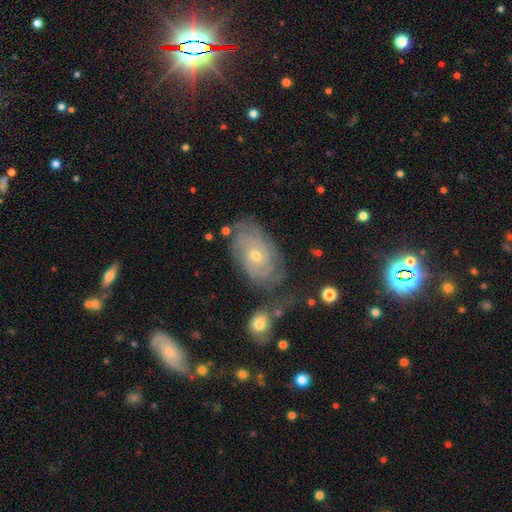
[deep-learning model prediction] Q: Smooth or featured?
A: featured or disk (79%); runner-up: smooth (14%)
Q: Edge-on disk?
A: no (95%); runner-up: yes (5%)
Q: Bar?
A: no (77%); runner-up: weak (19%)
Q: Spiral arms?
A: yes (91%); runner-up: no (9%)
Q: Spiral winding?
A: tight (76%); runner-up: medium (18%)
Q: Spiral arm count?
A: can't tell (49%); runner-up: 2 (15%)
Q: Bulge size?
A: small (58%); runner-up: moderate (39%)
Q: Merging?
A: none (63%); runner-up: minor disturbance (21%)